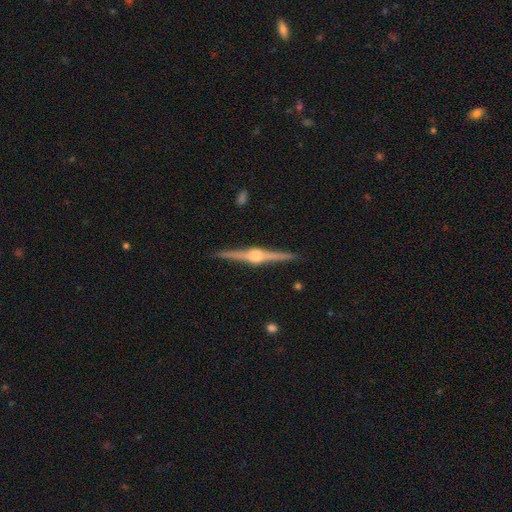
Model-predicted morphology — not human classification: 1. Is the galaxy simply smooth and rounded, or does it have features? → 89% featured or disk, 6% smooth, 5% star or artifact.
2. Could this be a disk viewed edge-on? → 99% yes, 1% no.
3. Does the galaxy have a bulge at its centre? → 92% rounded, 6% boxy, 2% none.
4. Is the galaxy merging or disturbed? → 92% none, 5% minor disturbance, 1% major disturbance, 1% merger.